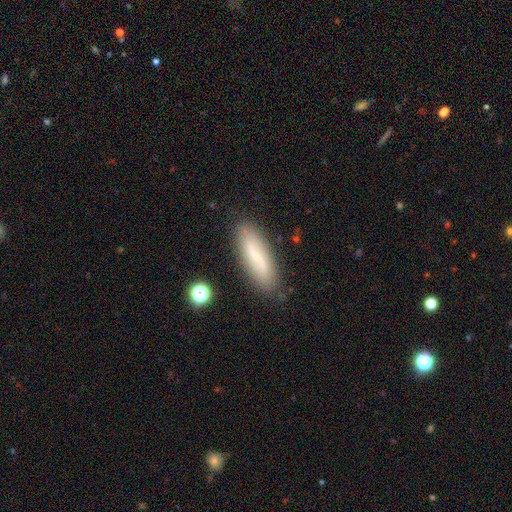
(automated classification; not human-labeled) A smooth galaxy with no disk features (53%) that is cigar-shaped (56%). Merging: none (82%).